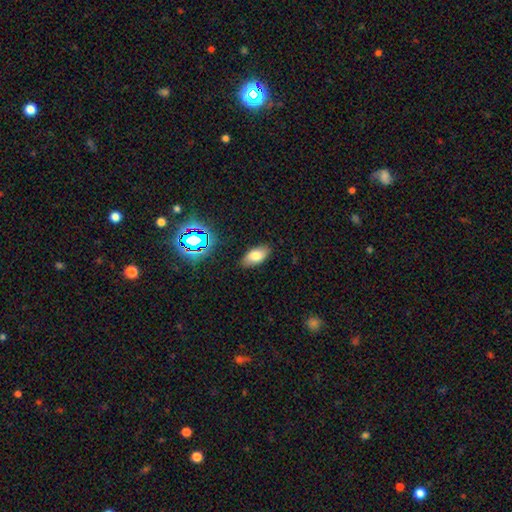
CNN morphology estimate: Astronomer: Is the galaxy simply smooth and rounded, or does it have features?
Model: smooth — 74%.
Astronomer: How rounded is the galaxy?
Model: in between — 92%.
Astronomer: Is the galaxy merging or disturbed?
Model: none — 85%.